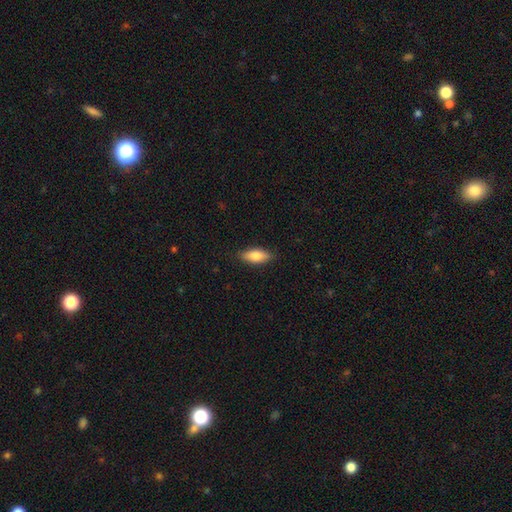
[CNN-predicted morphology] Q: Smooth or featured?
A: smooth (80%); runner-up: featured or disk (14%)
Q: How rounded?
A: in between (80%); runner-up: cigar-shaped (18%)
Q: Merging?
A: none (85%); runner-up: minor disturbance (11%)